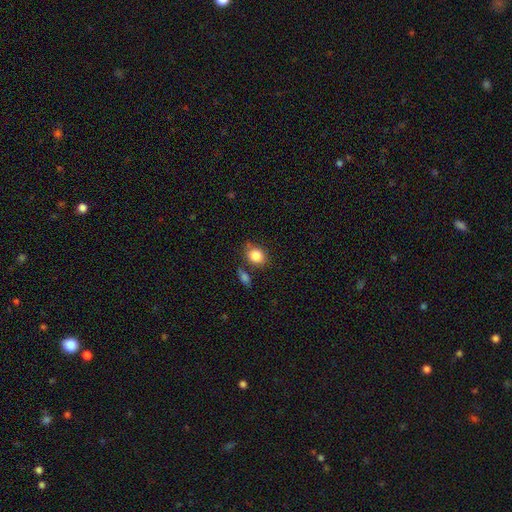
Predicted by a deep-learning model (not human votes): smooth_or_featured: smooth (p=0.85) [alt: star or artifact p=0.09]
how_rounded: round (p=0.52) [alt: in between p=0.47]
merging: none (p=0.70) [alt: minor disturbance p=0.15]